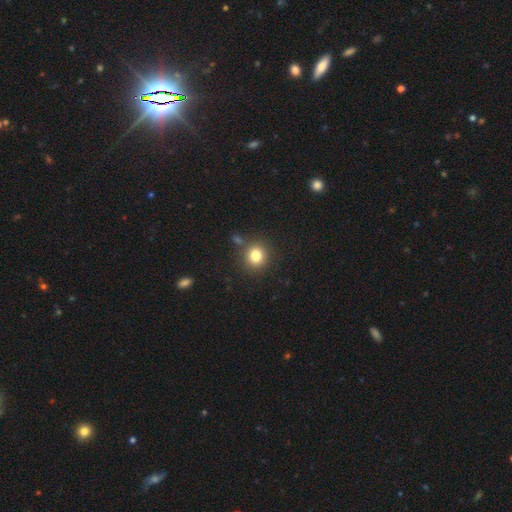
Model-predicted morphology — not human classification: smooth 81%, star or artifact 12%, featured or disk 7%. Down the decision tree: how rounded — round (86%); merging — none (81%).